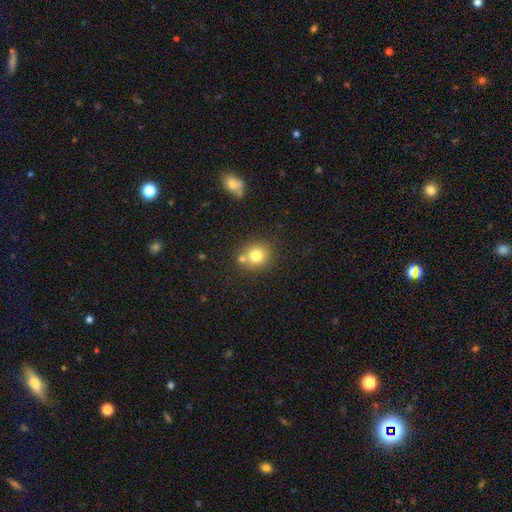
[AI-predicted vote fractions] This is likely a smooth galaxy (77%). How rounded: clearly round (81%). Merging: likely none (67%).